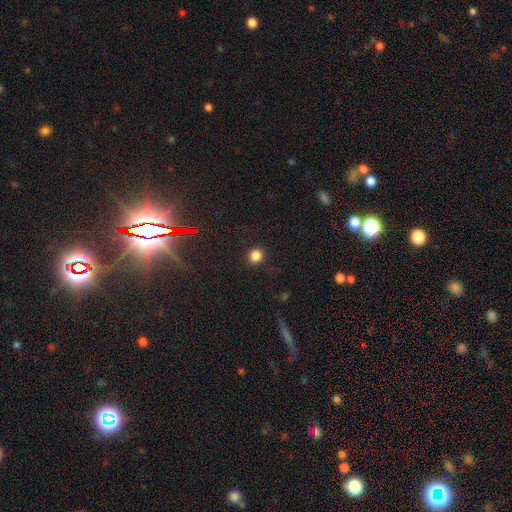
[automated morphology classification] Q: Smooth or featured?
A: smooth (82%); runner-up: star or artifact (14%)
Q: How rounded?
A: round (88%); runner-up: in between (11%)
Q: Merging?
A: none (88%); runner-up: minor disturbance (8%)